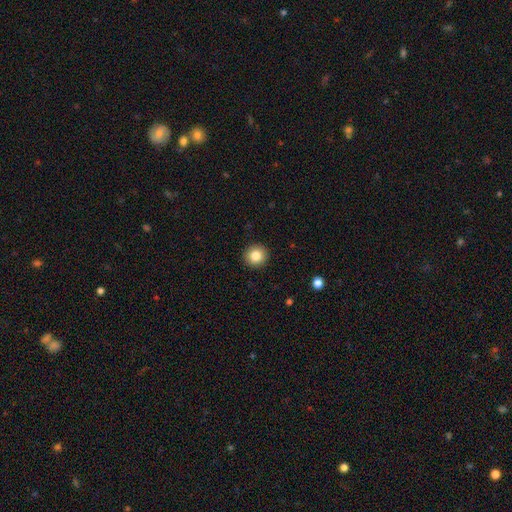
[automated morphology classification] Overall: smooth (84%). How rounded: round (93%). Merging: none (93%).